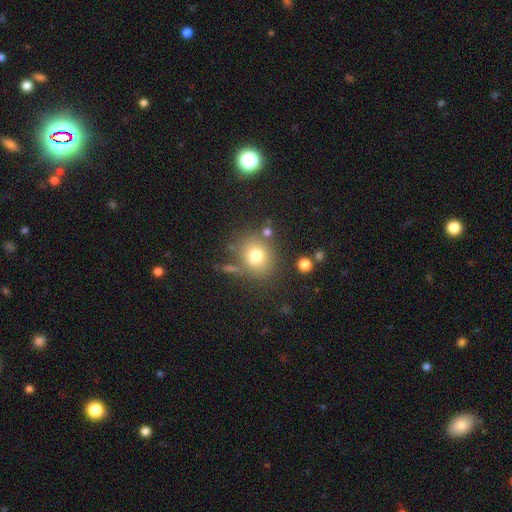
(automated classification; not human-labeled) Smooth or featured? smooth (76%)
How rounded? round (74%)
Merging? none (73%)